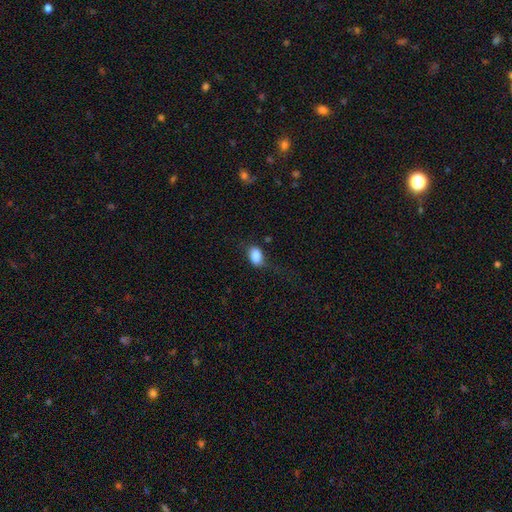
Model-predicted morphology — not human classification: This appears to be a smooth galaxy with no disk features (86%) that is in between round and cigar-shaped (83%). Merging: none (59%).